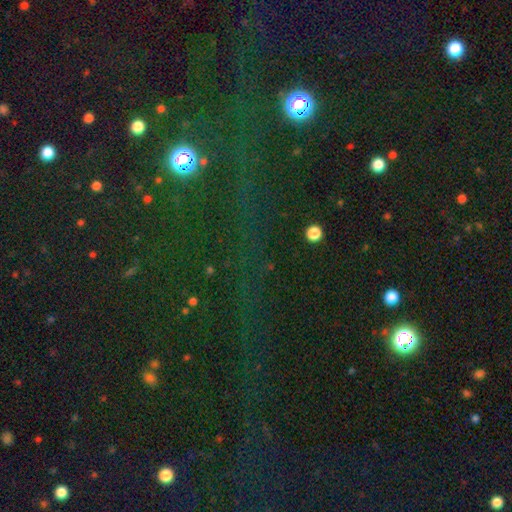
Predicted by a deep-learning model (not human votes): This appears to be a star or artifact, not a galaxy (77%).